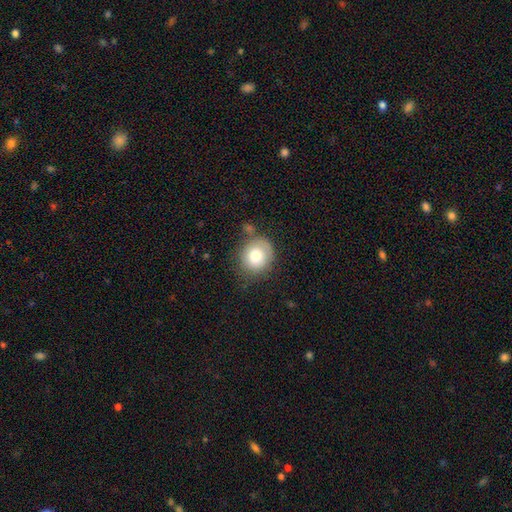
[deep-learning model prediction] Q: Smooth or featured?
A: smooth (77%); runner-up: featured or disk (15%)
Q: How rounded?
A: round (77%); runner-up: in between (22%)
Q: Merging?
A: none (68%); runner-up: minor disturbance (18%)